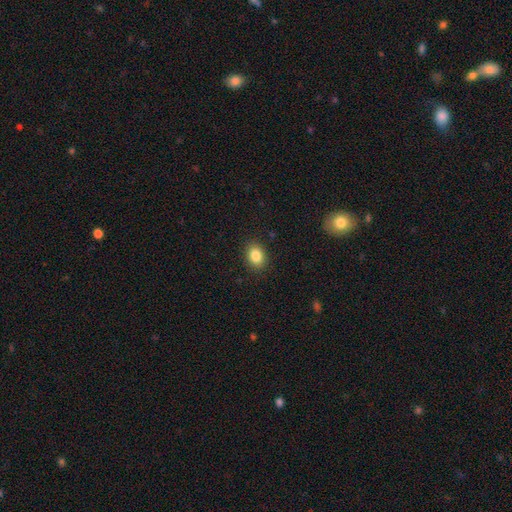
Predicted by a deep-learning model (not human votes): A smooth galaxy with no disk features (85%) that is in between round and cigar-shaped (62%). Merging: none (89%).